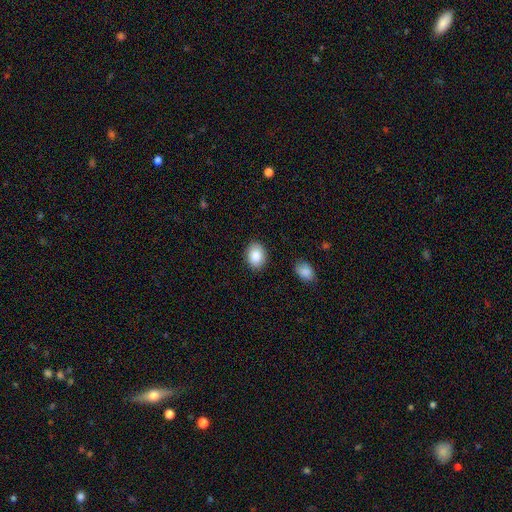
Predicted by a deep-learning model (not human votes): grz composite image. It shows a smooth galaxy with no disk features (88%) that is in between round and cigar-shaped (74%). Merging: none (86%).